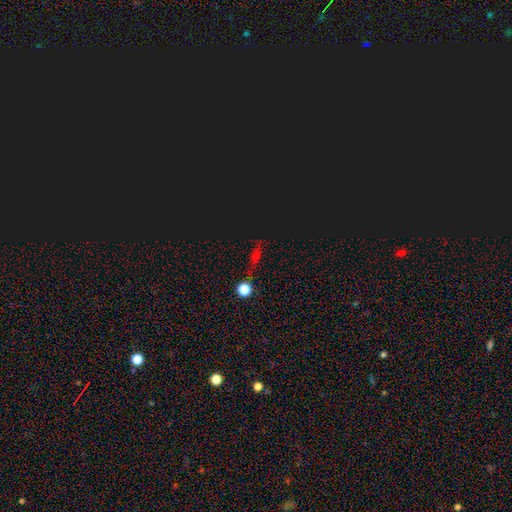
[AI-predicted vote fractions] Smooth or featured: star or artifact — 57% (smooth — 33%)